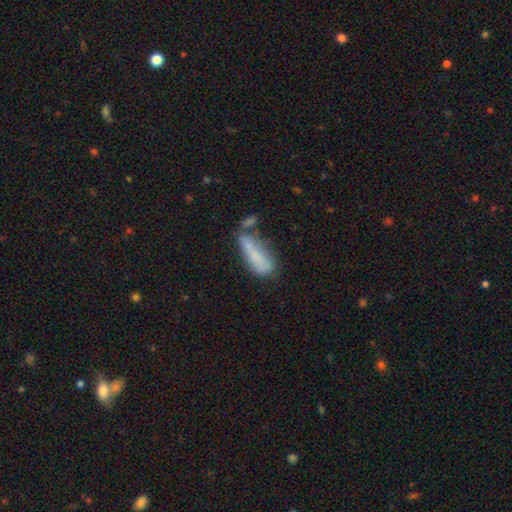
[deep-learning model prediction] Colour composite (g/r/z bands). It shows a smooth galaxy with no disk features (70%) that is cigar-shaped (52%). Merging: none (32%).